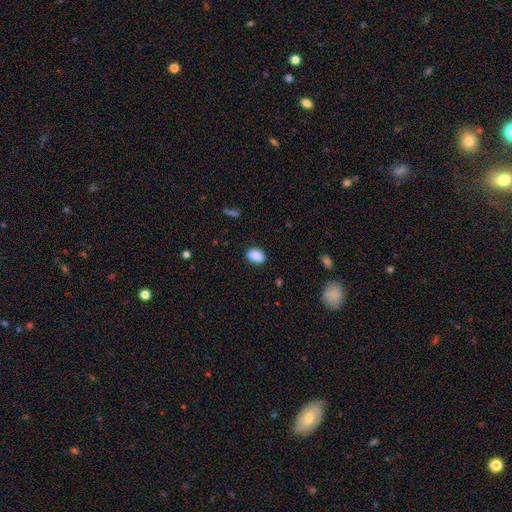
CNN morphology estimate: Smooth or featured?
  - smooth: 89% *
  - star or artifact: 8%
  - featured or disk: 3%
How rounded?
  - in between: 85% *
  - round: 14%
  - cigar-shaped: 1%
Merging?
  - none: 85% *
  - minor disturbance: 11%
  - major disturbance: 3%
  - merger: 1%